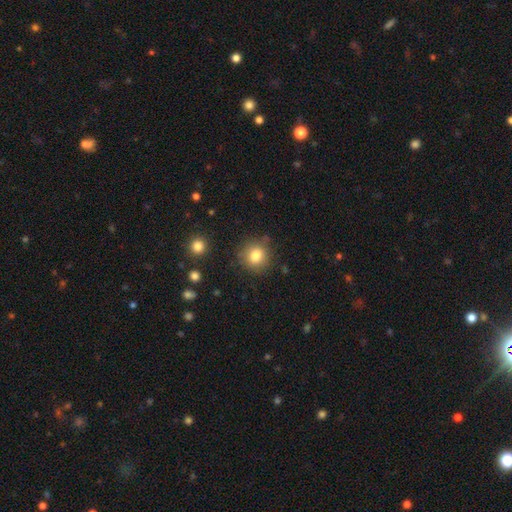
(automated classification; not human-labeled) smooth 81%, star or artifact 11%, featured or disk 8%. Down the decision tree: how rounded — round (88%); merging — none (84%).